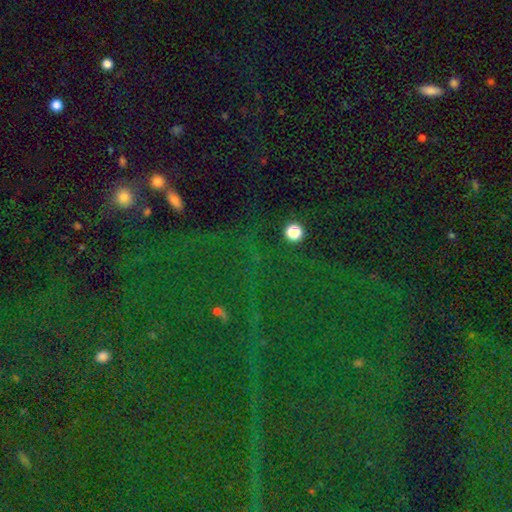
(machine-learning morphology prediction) A star or artifact, not a galaxy (82%).